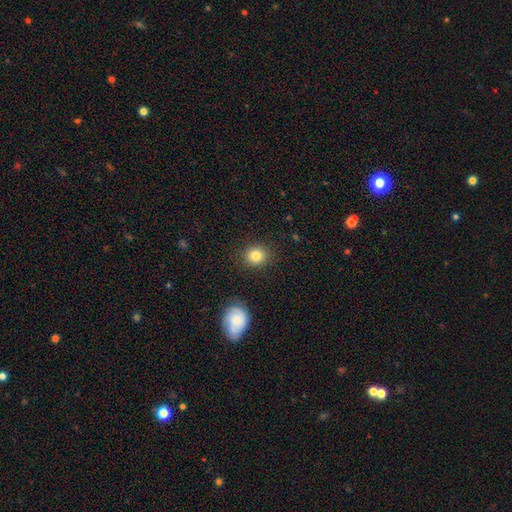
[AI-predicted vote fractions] This is clearly a smooth galaxy (84%). How rounded: clearly round (81%). Merging: clearly none (88%).